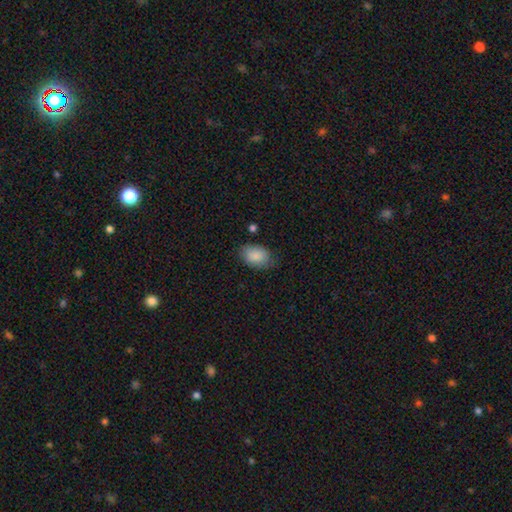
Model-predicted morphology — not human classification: This is clearly a smooth galaxy (88%). How rounded: clearly in between (84%). Merging: likely none (74%).